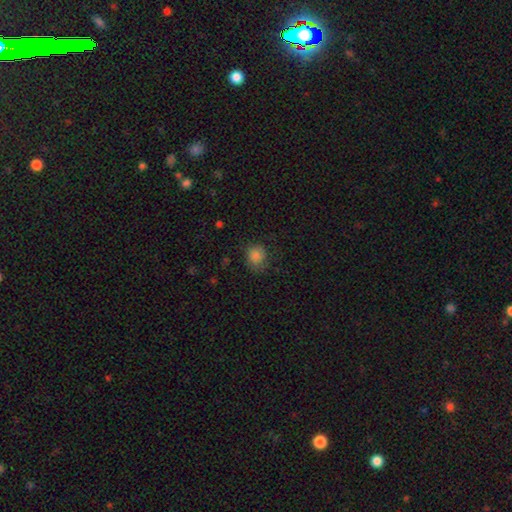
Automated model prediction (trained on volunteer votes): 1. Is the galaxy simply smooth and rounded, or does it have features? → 84% smooth, 11% star or artifact, 6% featured or disk.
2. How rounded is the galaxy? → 77% round, 23% in between, 1% cigar-shaped.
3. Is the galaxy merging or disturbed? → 75% none, 18% minor disturbance, 6% major disturbance, 1% merger.